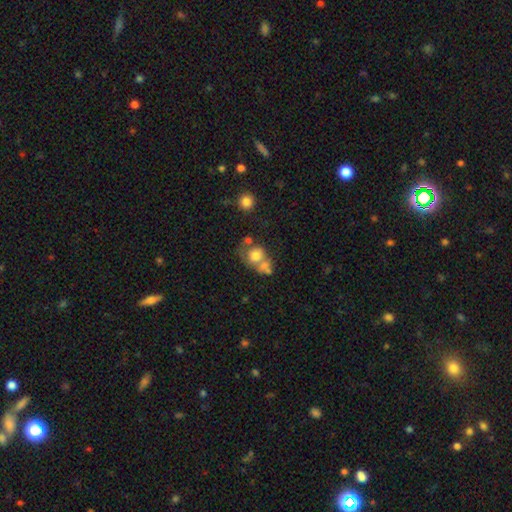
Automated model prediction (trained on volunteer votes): A smooth galaxy with no disk features (69%) that is round (68%). Merging: merger (48%).